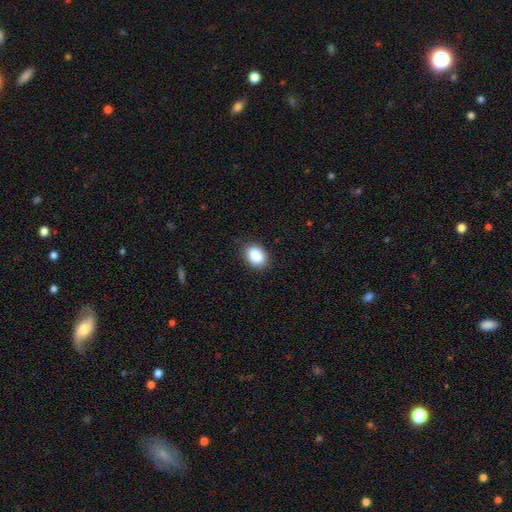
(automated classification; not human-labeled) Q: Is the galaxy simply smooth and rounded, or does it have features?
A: smooth — 89%.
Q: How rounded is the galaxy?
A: in between — 71%.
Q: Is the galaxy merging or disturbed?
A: none — 85%.